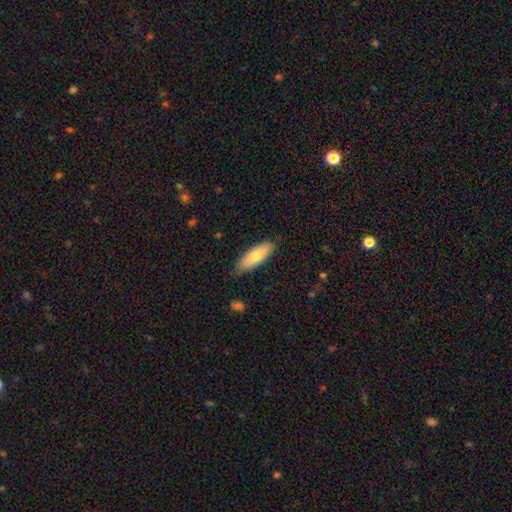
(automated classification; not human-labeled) A smooth galaxy with no disk features (74%) that is in between round and cigar-shaped (58%).

Vote fractions:
- Smooth or featured? smooth: 74% / featured or disk: 20% / star or artifact: 6%
- How rounded? in between: 58% / cigar-shaped: 40% / round: 2%
- Merging? none: 83% / minor disturbance: 14% / major disturbance: 2% / merger: 1%